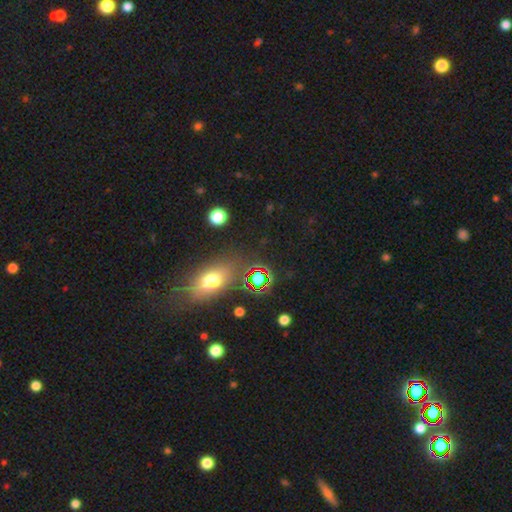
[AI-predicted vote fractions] smooth-or-featured: smooth: 59% | star or artifact: 23% | featured or disk: 19%
  how-rounded: in between: 72% | round: 20% | cigar-shaped: 8%
  merging: none: 74% | minor disturbance: 14% | merger: 6% | major disturbance: 6%